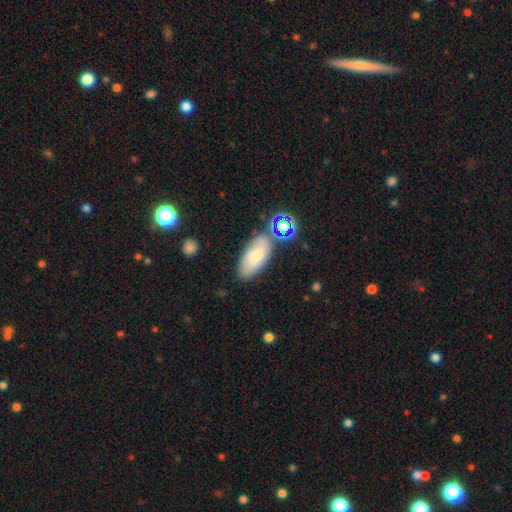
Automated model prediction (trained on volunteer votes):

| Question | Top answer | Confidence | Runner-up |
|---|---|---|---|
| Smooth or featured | smooth | 65% | featured or disk (24%) |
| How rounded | in between | 89% | cigar-shaped (8%) |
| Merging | none | 67% | minor disturbance (18%) |